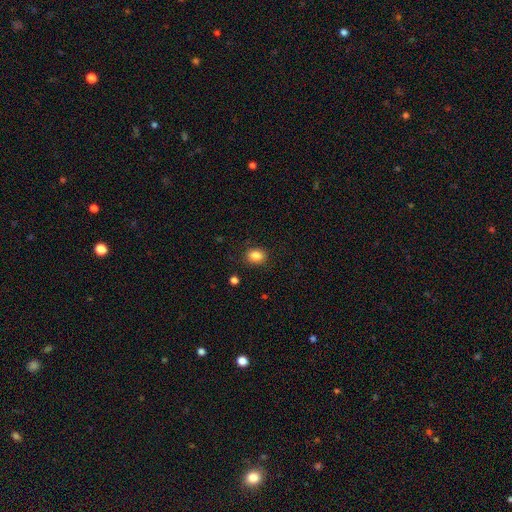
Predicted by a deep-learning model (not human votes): Smooth or featured?
  - smooth: 86% *
  - star or artifact: 10%
  - featured or disk: 5%
How rounded?
  - in between: 64% *
  - round: 35%
  - cigar-shaped: 1%
Merging?
  - none: 85% *
  - minor disturbance: 10%
  - major disturbance: 3%
  - merger: 1%